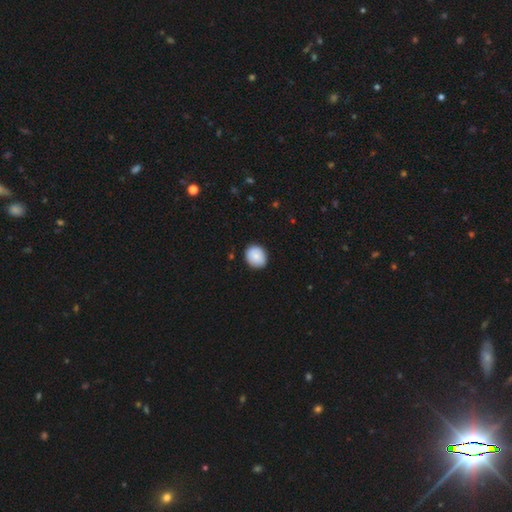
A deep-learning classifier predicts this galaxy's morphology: smooth_or_featured: smooth (p=0.86) [alt: featured or disk p=0.07]
how_rounded: round (p=0.67) [alt: in between p=0.32]
merging: none (p=0.85) [alt: minor disturbance p=0.12]